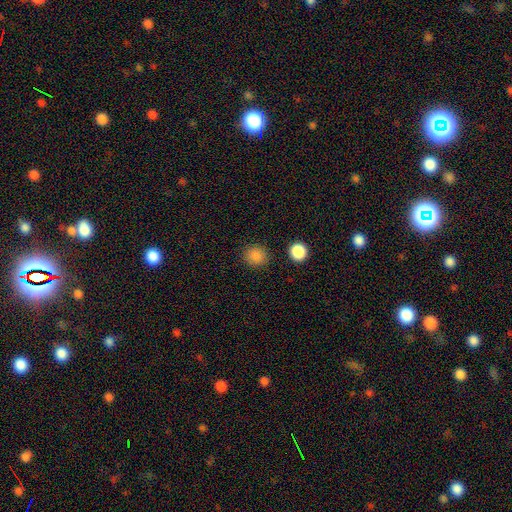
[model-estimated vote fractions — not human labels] A smooth galaxy with no disk features (85%) that is round (88%). Merging: none (89%).